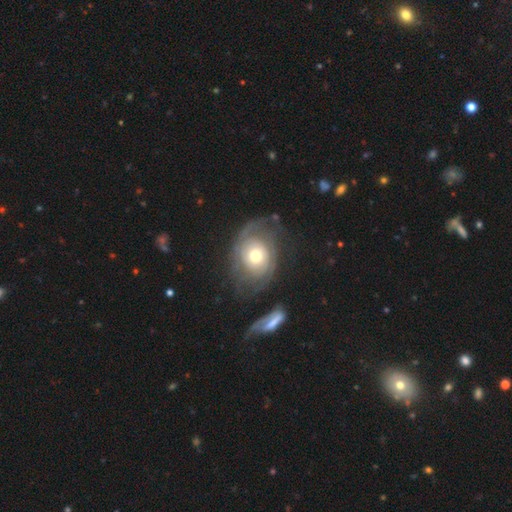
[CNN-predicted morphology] Q: Smooth or featured?
A: featured or disk (70%); runner-up: smooth (23%)
Q: Edge-on disk?
A: no (96%); runner-up: yes (4%)
Q: Bar?
A: no (81%); runner-up: weak (14%)
Q: Spiral arms?
A: yes (81%); runner-up: no (19%)
Q: Spiral winding?
A: tight (54%); runner-up: medium (29%)
Q: Spiral arm count?
A: 2 (48%); runner-up: can't tell (29%)
Q: Bulge size?
A: moderate (66%); runner-up: small (18%)
Q: Merging?
A: none (54%); runner-up: major disturbance (20%)